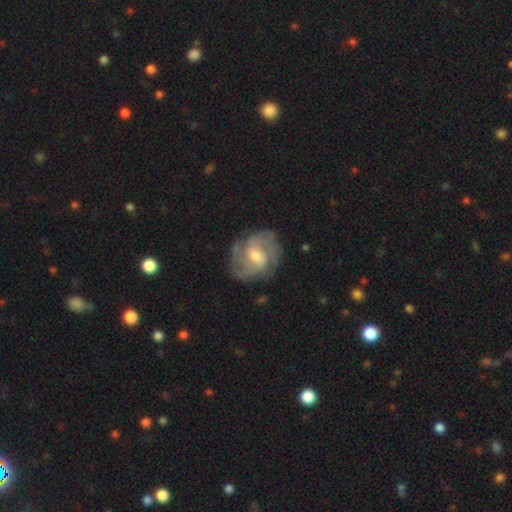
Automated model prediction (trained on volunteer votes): Overall: featured or disk (84%). Edge-on disk: no (98%). Bar: weak (52%; no 35%). Spiral arms: yes (95%). Spiral arm count: 2 (33%; 3 28%). Spiral winding: medium (45%; tight 43%). Bulge size: moderate (58%; small 35%). Merging: none (76%).